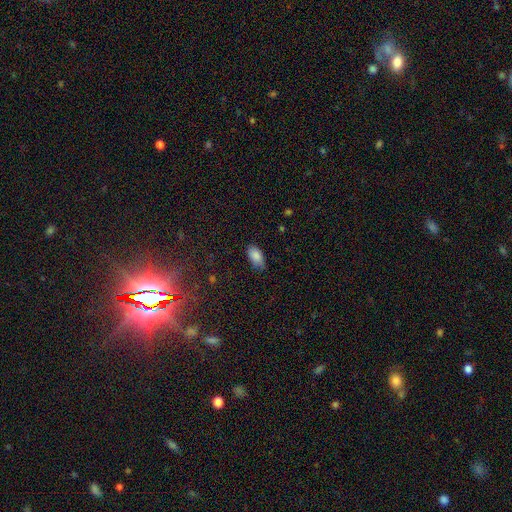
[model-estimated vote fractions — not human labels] Morphology: type=smooth (86%); roundness=in between (93%); merging=none (70%).